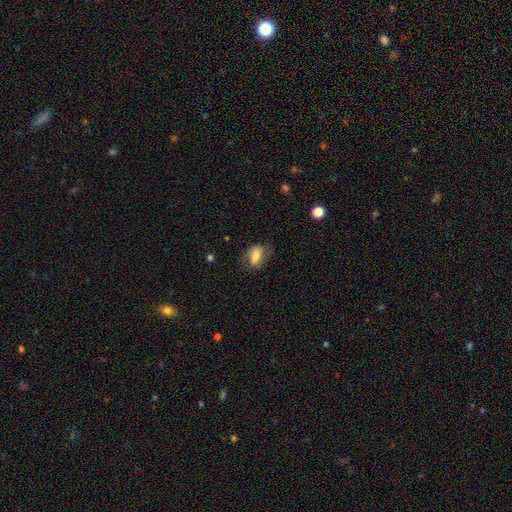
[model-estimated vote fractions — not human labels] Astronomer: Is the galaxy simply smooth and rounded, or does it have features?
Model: smooth — 55% (runner-up: featured or disk, 37%).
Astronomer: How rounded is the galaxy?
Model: in between — 83%.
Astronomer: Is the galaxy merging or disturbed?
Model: none — 61%.